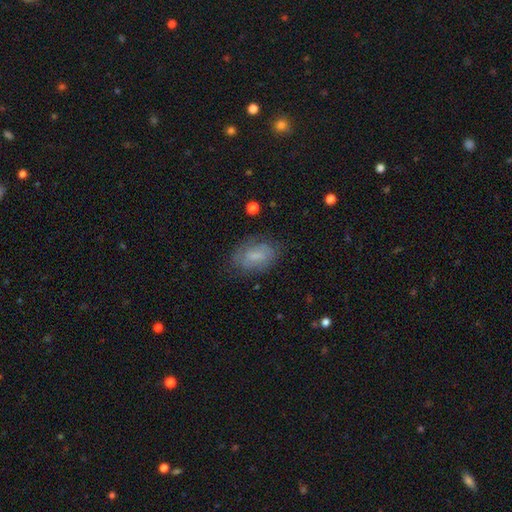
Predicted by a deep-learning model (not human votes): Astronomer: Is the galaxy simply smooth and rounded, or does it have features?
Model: smooth — 56% (runner-up: featured or disk, 35%).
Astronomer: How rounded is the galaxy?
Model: in between — 86%.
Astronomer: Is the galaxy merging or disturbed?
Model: none — 72%.